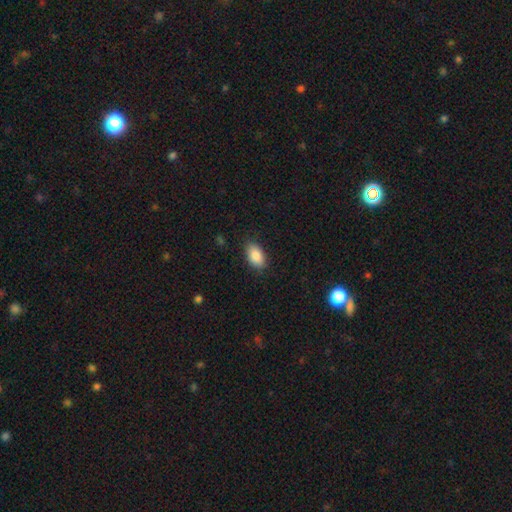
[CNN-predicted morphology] smooth-or-featured: smooth: 88% | star or artifact: 7% | featured or disk: 5%
  how-rounded: in between: 93% | round: 5% | cigar-shaped: 2%
  merging: none: 85% | minor disturbance: 12% | major disturbance: 3% | merger: 1%